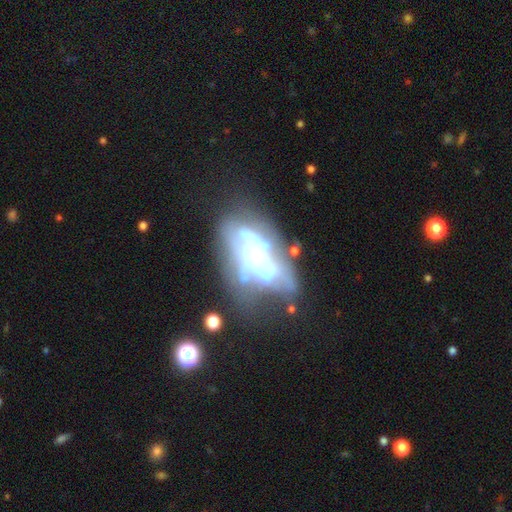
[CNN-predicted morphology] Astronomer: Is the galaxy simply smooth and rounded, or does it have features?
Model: featured or disk — 73%.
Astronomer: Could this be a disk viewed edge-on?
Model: no — 91%.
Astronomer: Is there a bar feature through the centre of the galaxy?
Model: no — 70%.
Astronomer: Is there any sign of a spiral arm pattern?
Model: no — 66%.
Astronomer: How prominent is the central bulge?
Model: none — 28% (runner-up: moderate, 27%).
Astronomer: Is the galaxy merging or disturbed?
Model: major disturbance — 36% (runner-up: none, 30%).